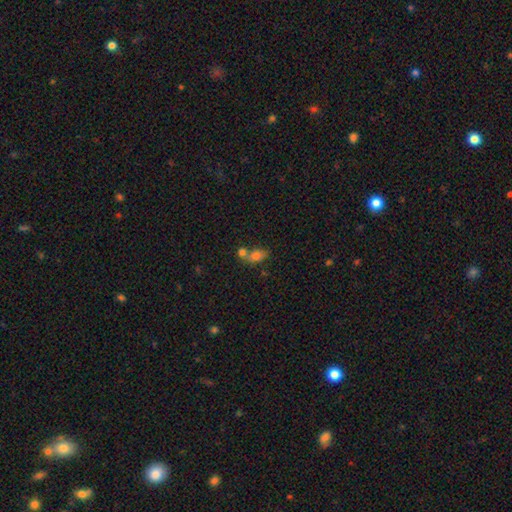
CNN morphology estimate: Smooth or featured?
  - smooth: 71% *
  - star or artifact: 16%
  - featured or disk: 13%
How rounded?
  - in between: 76% *
  - round: 20%
  - cigar-shaped: 4%
Merging?
  - merger: 50% *
  - none: 31%
  - minor disturbance: 11%
  - major disturbance: 8%